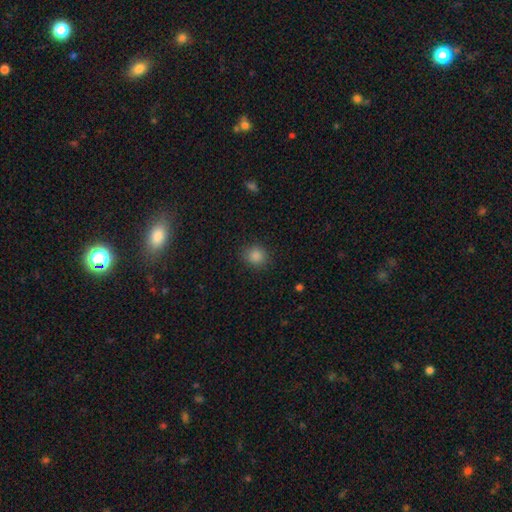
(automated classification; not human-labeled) smooth_or_featured: smooth (p=0.83) [alt: star or artifact p=0.13]
how_rounded: round (p=0.82) [alt: in between p=0.17]
merging: none (p=0.89) [alt: minor disturbance p=0.07]